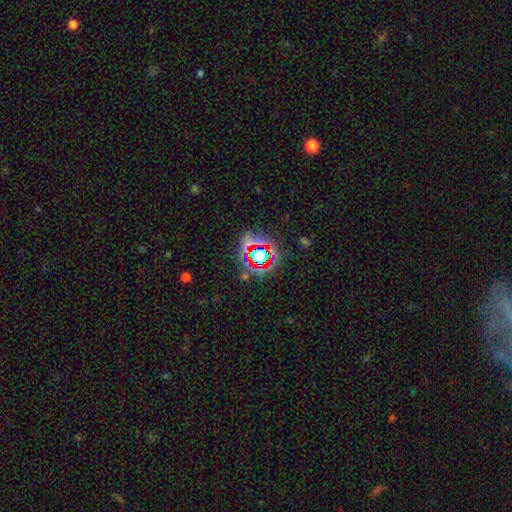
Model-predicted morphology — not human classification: smooth_or_featured: star or artifact (p=0.67) [alt: smooth p=0.21]